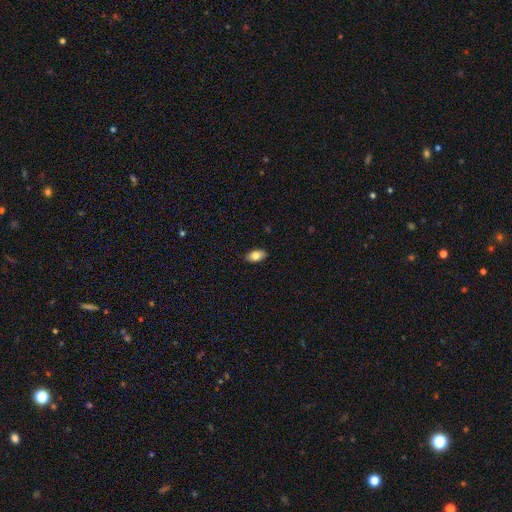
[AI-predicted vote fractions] Smooth or featured? smooth (83%)
How rounded? in between (91%)
Merging? none (86%)